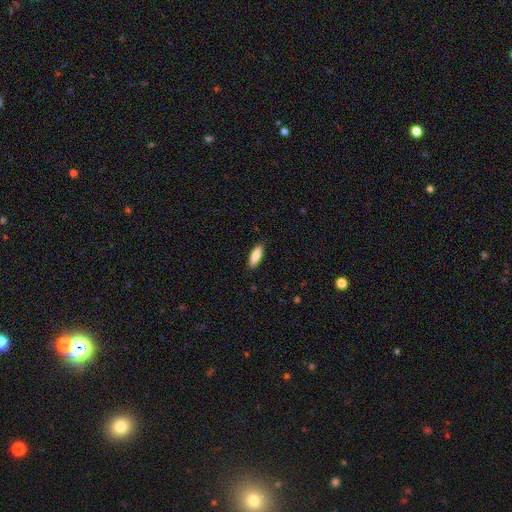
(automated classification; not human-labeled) A smooth galaxy with no disk features (87%) that is in between round and cigar-shaped (66%).

Vote fractions:
- Smooth or featured? smooth: 87% / featured or disk: 7% / star or artifact: 6%
- How rounded? in between: 66% / cigar-shaped: 33% / round: 2%
- Merging? none: 88% / minor disturbance: 9% / major disturbance: 2% / merger: 1%